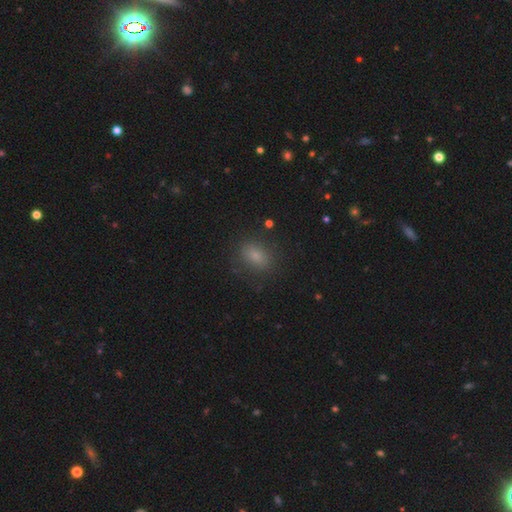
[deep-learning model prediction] Q: Smooth or featured?
A: smooth (79%); runner-up: star or artifact (13%)
Q: How rounded?
A: in between (72%); runner-up: round (25%)
Q: Merging?
A: none (81%); runner-up: minor disturbance (13%)